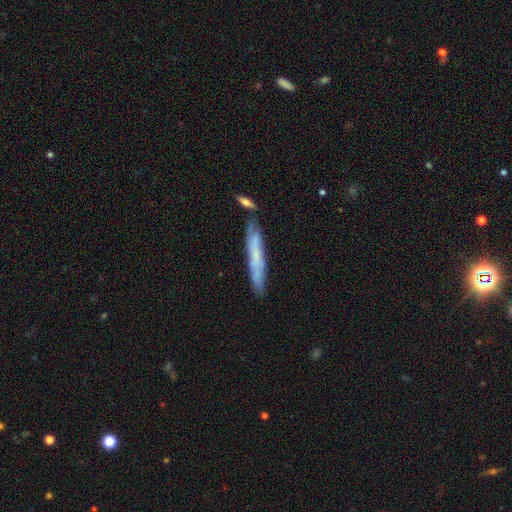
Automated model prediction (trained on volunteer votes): Q: Smooth or featured?
A: smooth (50%); runner-up: featured or disk (43%)
Q: Merging?
A: none (67%); runner-up: minor disturbance (17%)